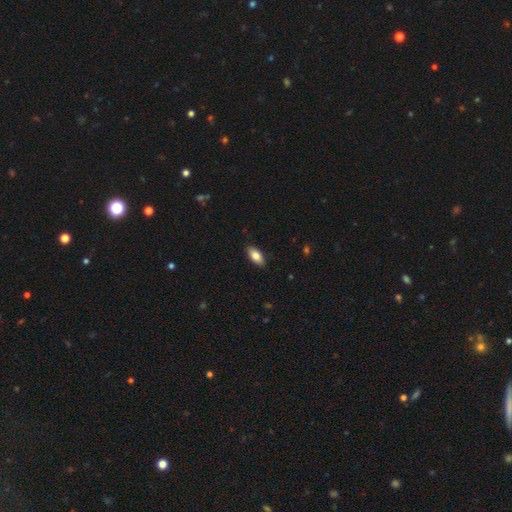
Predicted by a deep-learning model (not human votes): smooth-or-featured: smooth: 84% | featured or disk: 10% | star or artifact: 7%
  how-rounded: in between: 89% | cigar-shaped: 8% | round: 3%
  merging: none: 87% | minor disturbance: 10% | major disturbance: 2% | merger: 1%